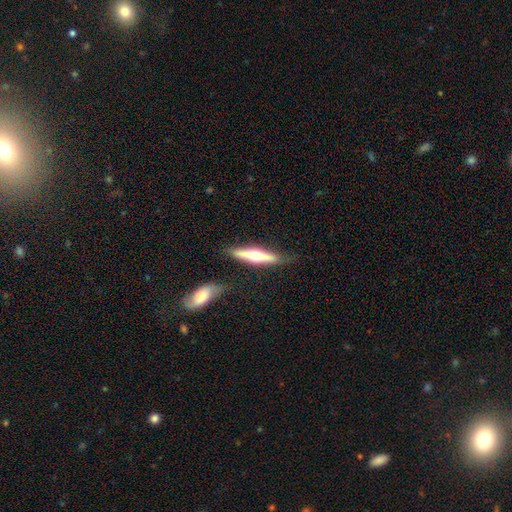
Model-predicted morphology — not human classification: This is possibly a featured or disk galaxy (59%). It is clearly viewed edge-on (94%). Edge-on bulge: clearly rounded (91%). Merging: likely none (79%).